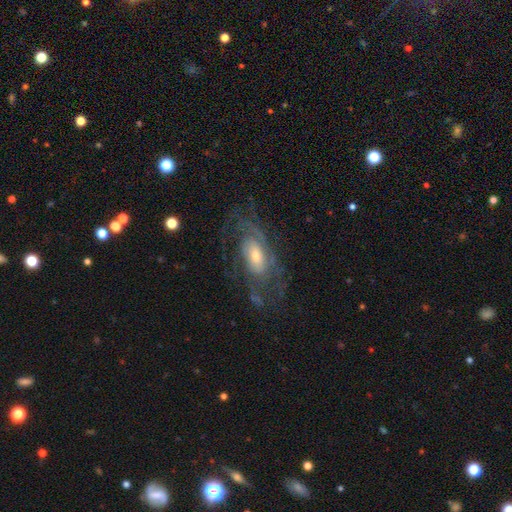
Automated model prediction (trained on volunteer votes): The model was most divided on "bulge size": moderate: 48%, small: 39%, large: 9%, none: 2%, dominant: 1%. Remaining: edge-on disk — no (92%); spiral arms — yes (84%); smooth or featured — featured or disk (77%); bar — no (63%); merging — none (61%); spiral winding — tight (48%); spiral arm count — can't tell (47%).